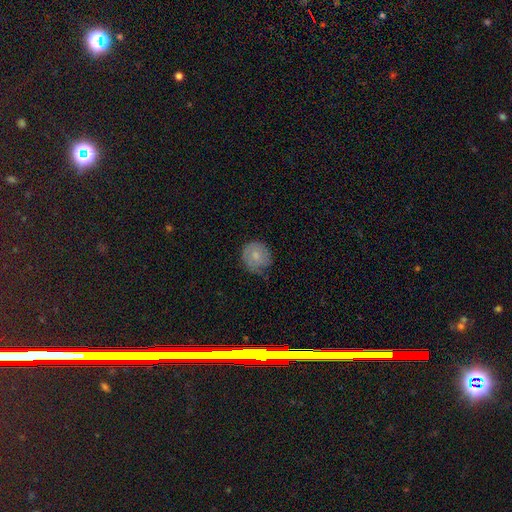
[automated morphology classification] Q: Smooth or featured?
A: smooth (71%); runner-up: featured or disk (22%)
Q: How rounded?
A: round (86%); runner-up: in between (13%)
Q: Merging?
A: none (59%); runner-up: minor disturbance (31%)